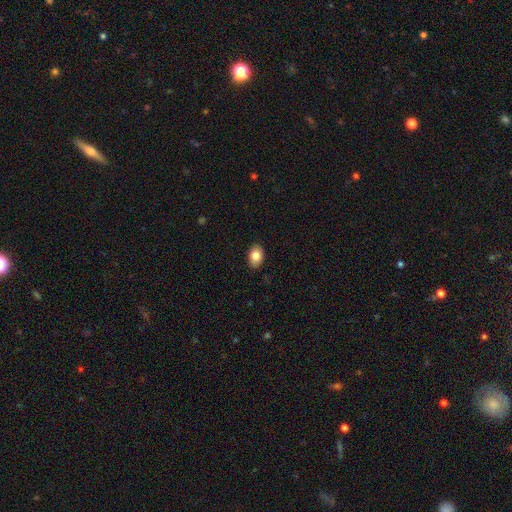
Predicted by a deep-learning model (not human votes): smooth_or_featured: smooth (p=0.84) [alt: featured or disk p=0.09]
how_rounded: in between (p=0.86) [alt: round p=0.13]
merging: none (p=0.89) [alt: minor disturbance p=0.09]